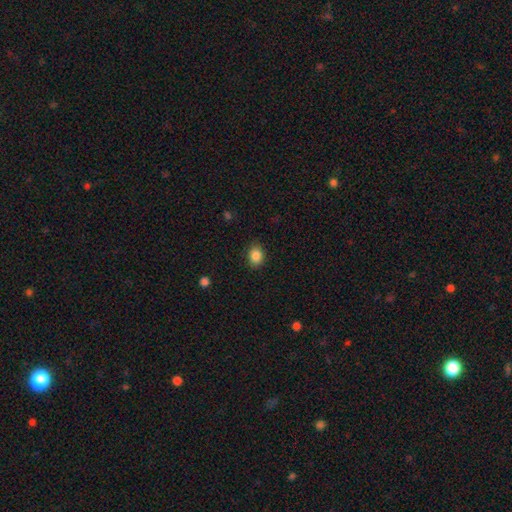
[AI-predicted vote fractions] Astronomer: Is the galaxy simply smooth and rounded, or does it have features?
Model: smooth — 87%.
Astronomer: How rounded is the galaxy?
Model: in between — 62% (runner-up: round, 37%).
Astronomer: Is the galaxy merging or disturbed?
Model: none — 85%.